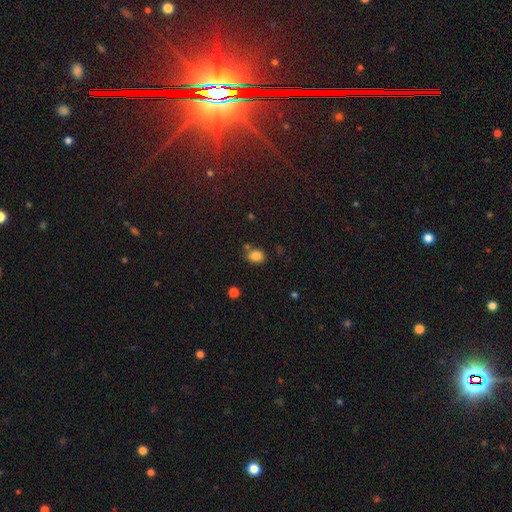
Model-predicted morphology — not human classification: This appears to be a smooth galaxy with no disk features (83%) that is in between round and cigar-shaped (60%). Merging: none (69%).